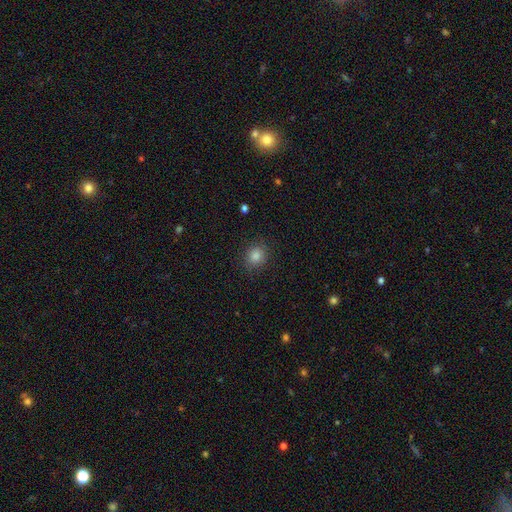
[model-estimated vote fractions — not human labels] The model was most divided on "how rounded": round: 72%, in between: 27%, cigar-shaped: 1%. More confident: merging — none (88%); smooth or featured — smooth (82%).